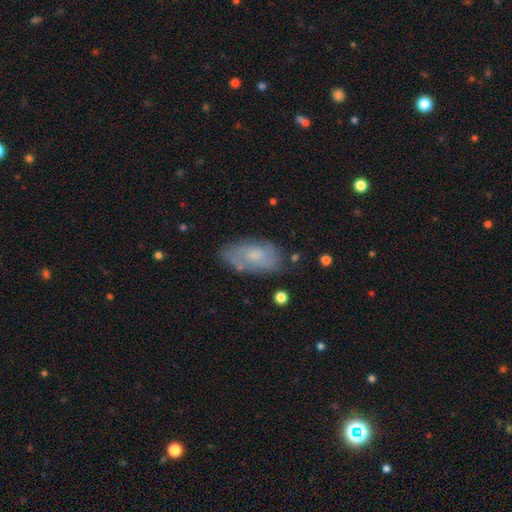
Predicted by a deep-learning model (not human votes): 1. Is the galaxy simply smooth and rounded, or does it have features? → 53% smooth, 40% featured or disk, 7% star or artifact.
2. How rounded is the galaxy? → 92% in between, 4% cigar-shaped, 4% round.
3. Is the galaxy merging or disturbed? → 66% none, 23% minor disturbance, 7% major disturbance, 3% merger.